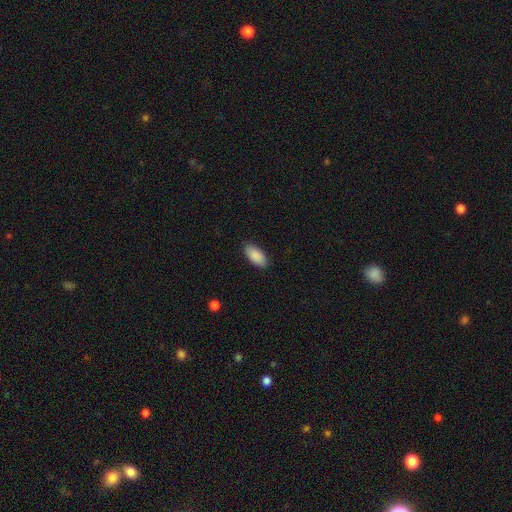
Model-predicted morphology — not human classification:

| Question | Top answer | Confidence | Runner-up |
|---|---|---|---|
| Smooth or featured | smooth | 90% | star or artifact (6%) |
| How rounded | in between | 92% | cigar-shaped (6%) |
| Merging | none | 88% | minor disturbance (9%) |